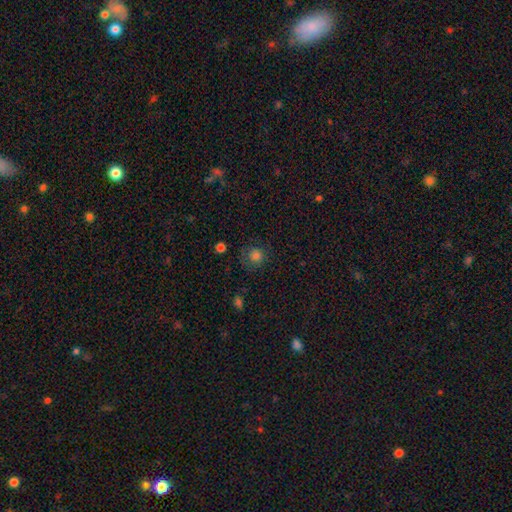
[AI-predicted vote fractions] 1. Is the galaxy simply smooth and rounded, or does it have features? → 80% smooth, 14% star or artifact, 6% featured or disk.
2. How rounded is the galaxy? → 90% round, 9% in between, 1% cigar-shaped.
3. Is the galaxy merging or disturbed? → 74% none, 16% minor disturbance, 8% major disturbance, 2% merger.